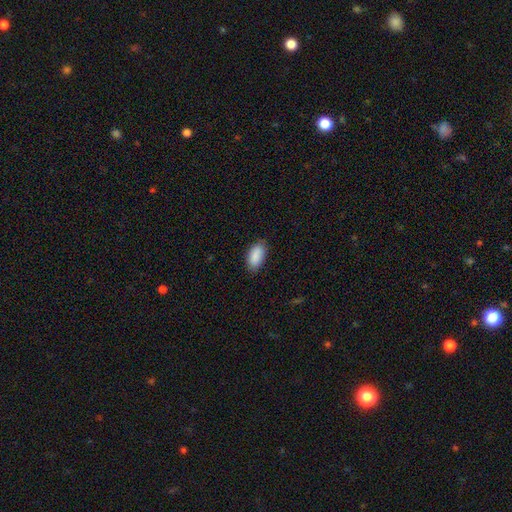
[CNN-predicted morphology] A smooth galaxy with no disk features (89%) that is in between round and cigar-shaped (93%).

Vote fractions:
- Smooth or featured? smooth: 89% / star or artifact: 6% / featured or disk: 4%
- How rounded? in between: 93% / cigar-shaped: 4% / round: 3%
- Merging? none: 80% / minor disturbance: 16% / major disturbance: 3% / merger: 1%